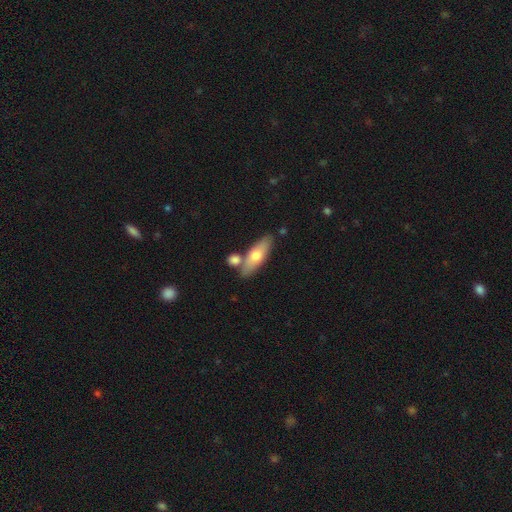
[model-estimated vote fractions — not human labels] Smooth or featured: smooth — 63% (featured or disk — 32%)
How rounded: in between — 58% (cigar-shaped — 39%)
Merging: none — 67% (merger — 18%)